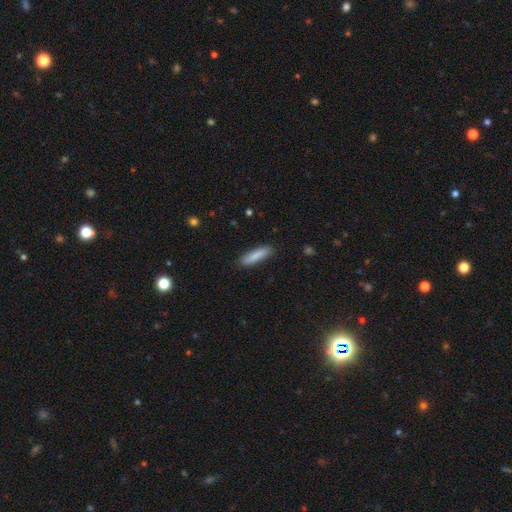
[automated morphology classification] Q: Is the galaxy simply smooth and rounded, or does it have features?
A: smooth — 86%.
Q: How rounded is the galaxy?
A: cigar-shaped — 69%.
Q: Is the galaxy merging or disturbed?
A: none — 86%.